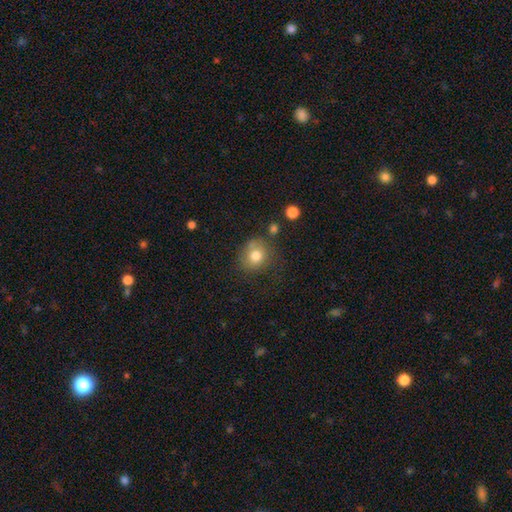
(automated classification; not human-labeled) Overall: smooth (79%). How rounded: round (80%). Merging: none (67%).